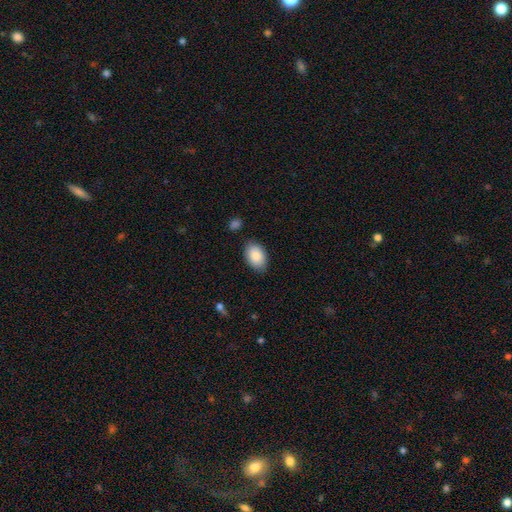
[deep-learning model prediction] This is clearly a smooth galaxy (89%). How rounded: clearly in between (90%). Merging: clearly none (84%).